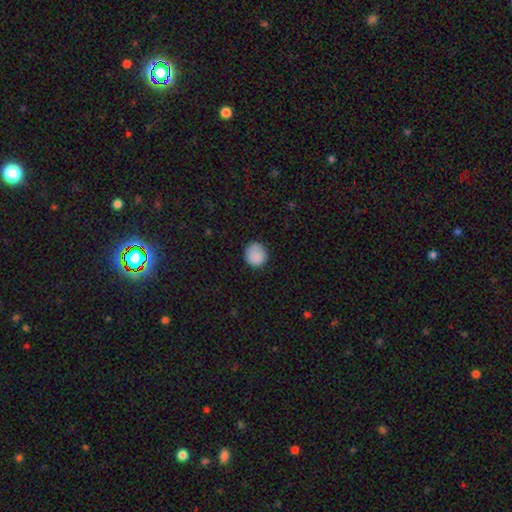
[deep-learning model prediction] Overall: smooth (88%). How rounded: round (91%). Merging: none (85%).